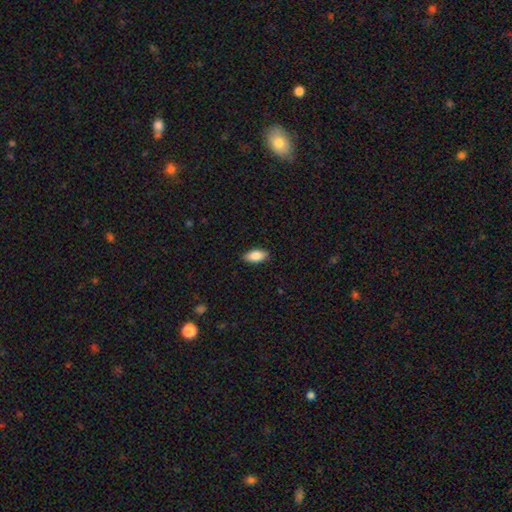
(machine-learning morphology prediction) smooth 87%, featured or disk 7%, star or artifact 6%. Down the decision tree: how rounded — in between (92%); merging — none (89%).